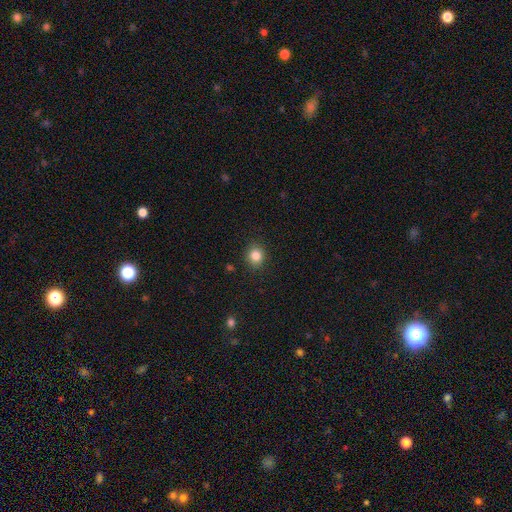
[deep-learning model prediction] Q: Smooth or featured?
A: smooth (84%); runner-up: star or artifact (11%)
Q: How rounded?
A: round (79%); runner-up: in between (20%)
Q: Merging?
A: none (89%); runner-up: minor disturbance (7%)